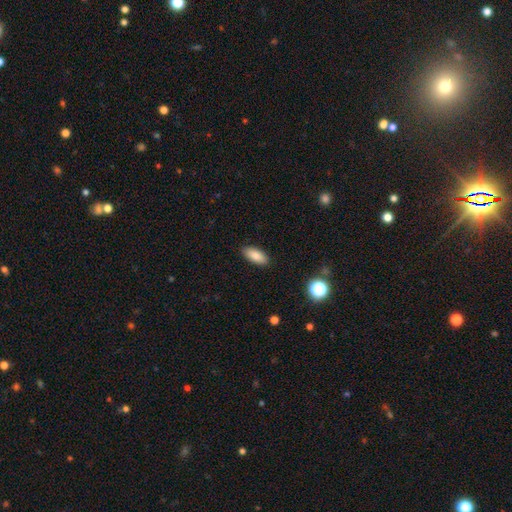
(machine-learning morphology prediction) Smooth or featured? smooth (86%)
How rounded? in between (85%)
Merging? none (88%)